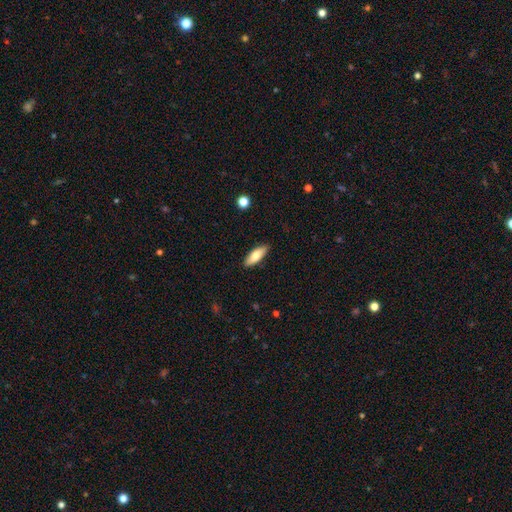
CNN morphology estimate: Q: Smooth or featured?
A: smooth (75%); runner-up: featured or disk (19%)
Q: How rounded?
A: in between (66%); runner-up: cigar-shaped (32%)
Q: Merging?
A: none (88%); runner-up: minor disturbance (9%)